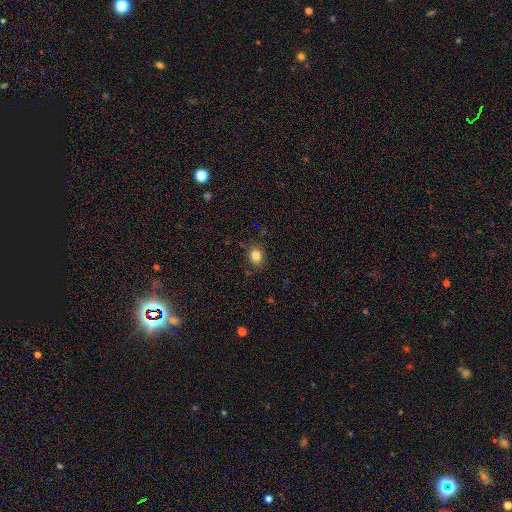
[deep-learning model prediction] Overall: smooth (84%). How rounded: round (59%; in between 40%). Merging: none (84%).